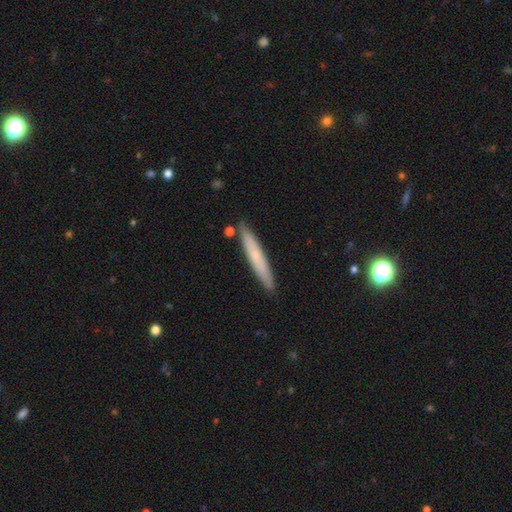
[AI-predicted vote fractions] The model was most divided on "smooth or featured": smooth: 61%, featured or disk: 33%, star or artifact: 6%. More confident: how rounded — cigar-shaped (94%); merging — none (87%).